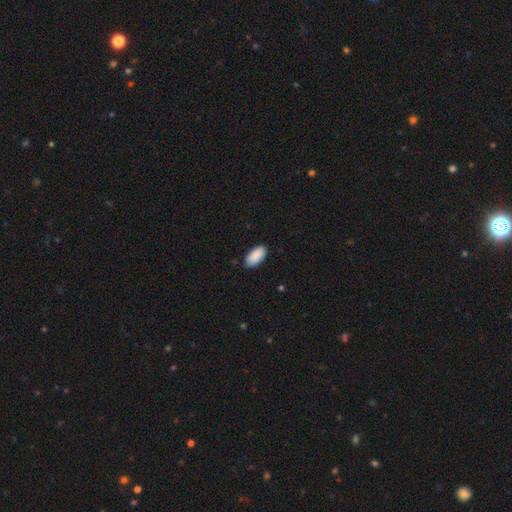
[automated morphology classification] Q: Smooth or featured?
A: smooth (91%); runner-up: star or artifact (6%)
Q: How rounded?
A: in between (94%); runner-up: cigar-shaped (4%)
Q: Merging?
A: none (86%); runner-up: minor disturbance (11%)